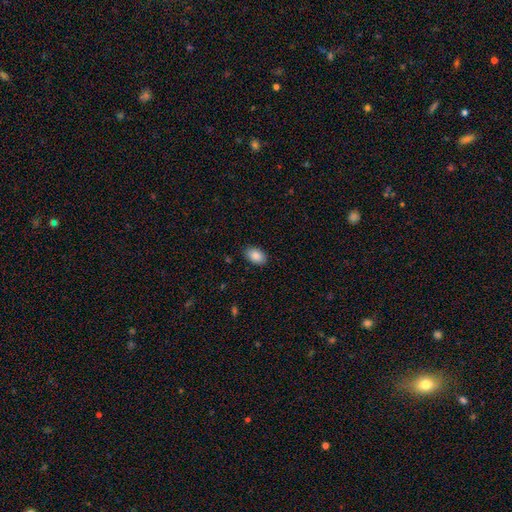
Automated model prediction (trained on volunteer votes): Smooth or featured: smooth — 88% (star or artifact — 7%)
How rounded: in between — 91% (round — 7%)
Merging: none — 88% (minor disturbance — 9%)